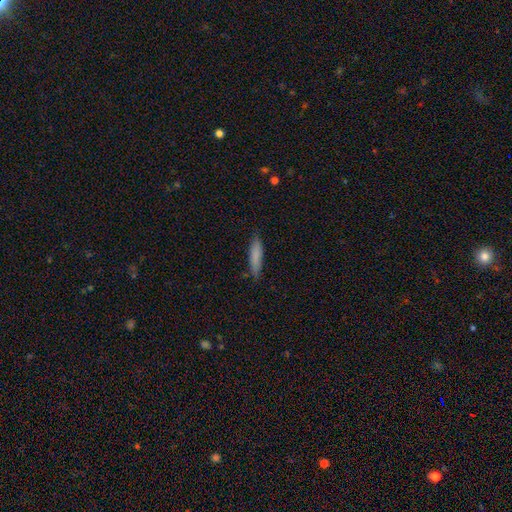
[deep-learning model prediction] Smooth or featured?
  - smooth: 81% *
  - featured or disk: 12%
  - star or artifact: 6%
How rounded?
  - cigar-shaped: 79% *
  - in between: 20%
  - round: 1%
Merging?
  - none: 82% *
  - minor disturbance: 14%
  - major disturbance: 3%
  - merger: 1%